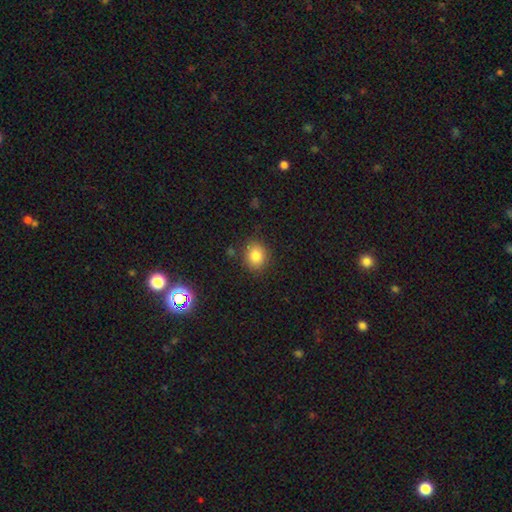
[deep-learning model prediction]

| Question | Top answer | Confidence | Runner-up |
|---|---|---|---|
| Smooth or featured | smooth | 82% | star or artifact (11%) |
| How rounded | round | 67% | in between (32%) |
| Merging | none | 85% | minor disturbance (10%) |